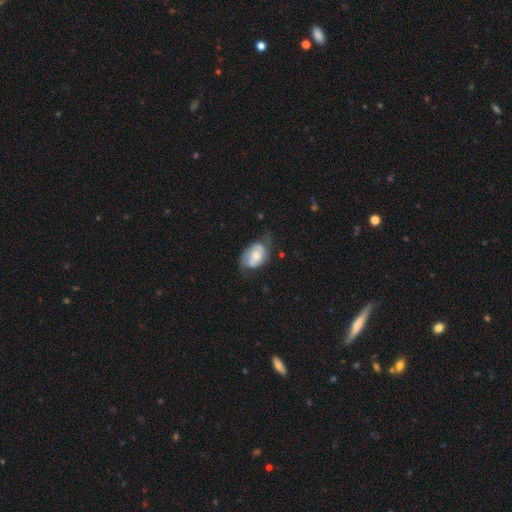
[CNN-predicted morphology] type=featured or disk (47%, tied with smooth); merging=none (49%).